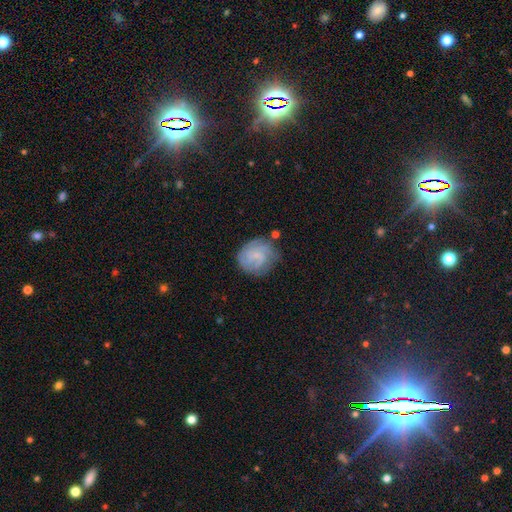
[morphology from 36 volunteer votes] Volunteers were most divided on "spiral arm count": 4: 37%, 3: 26%, can't tell: 26%, more than 4: 11%, 1: 0%, 2: 0%. Remaining: edge-on disk — no (95%); bar — no (90%); spiral arms — yes (90%); merging — none (86%); bulge size — small (81%); smooth or featured — featured or disk (61%); spiral winding — tight (47%).